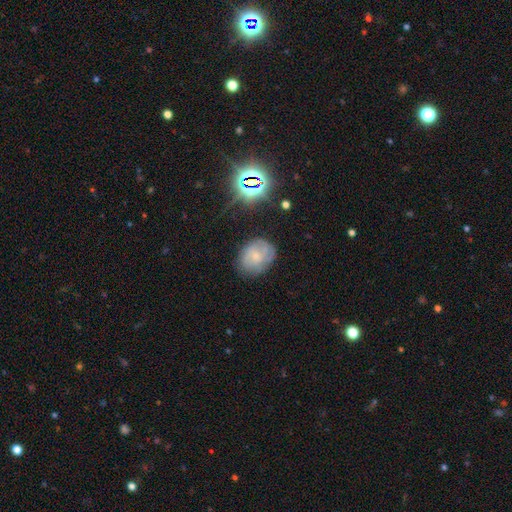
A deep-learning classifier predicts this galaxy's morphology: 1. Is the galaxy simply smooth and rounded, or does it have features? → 45% smooth, 41% featured or disk, 14% star or artifact.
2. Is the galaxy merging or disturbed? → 66% none, 23% minor disturbance, 8% major disturbance, 2% merger.